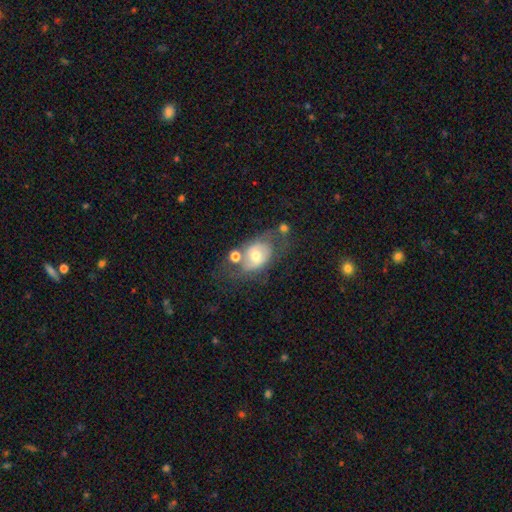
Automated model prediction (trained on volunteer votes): Overall: featured or disk (51%; smooth 41%). Edge-on disk: no (93%). Merging: none (42%; minor disturbance 21%).